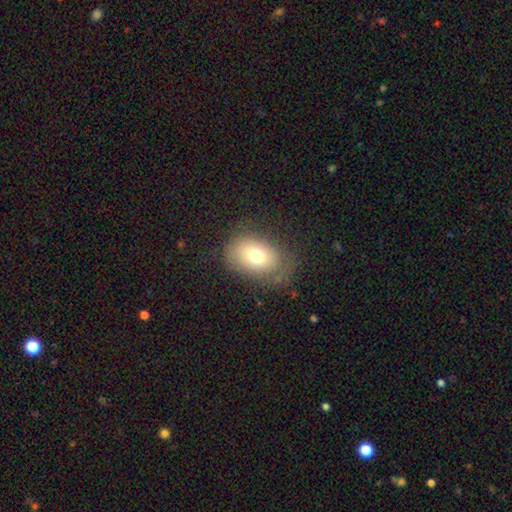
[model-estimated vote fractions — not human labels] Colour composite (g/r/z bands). It shows a smooth galaxy with no disk features (72%) that is in between round and cigar-shaped (77%). Merging: none (67%).